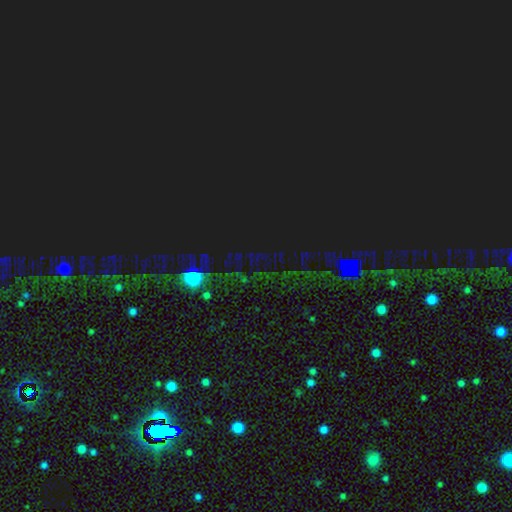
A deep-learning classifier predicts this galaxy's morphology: smooth-or-featured: star or artifact: 82% | smooth: 12% | featured or disk: 6%